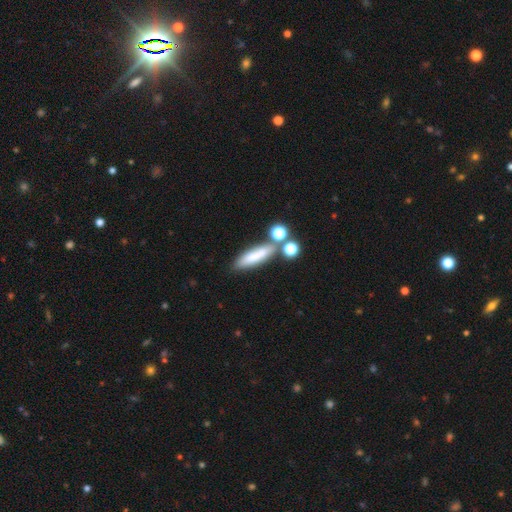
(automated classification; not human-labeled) A smooth galaxy with no disk features (68%) that is cigar-shaped (62%). Merging: none (55%).